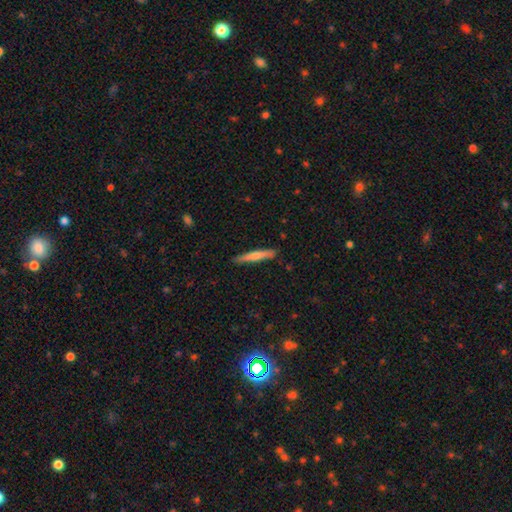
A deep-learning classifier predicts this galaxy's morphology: This is likely a smooth galaxy (67%). How rounded: clearly cigar-shaped (95%). Merging: clearly none (88%).